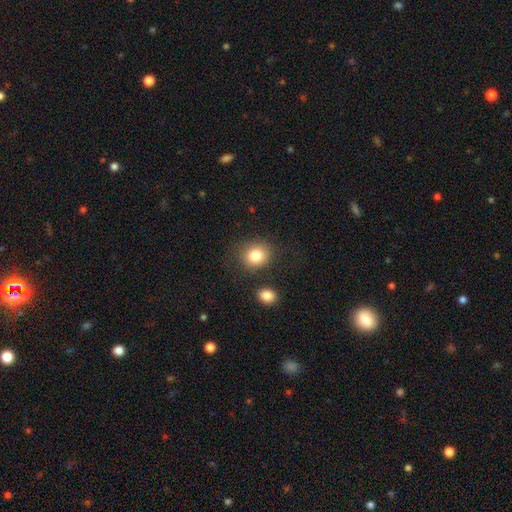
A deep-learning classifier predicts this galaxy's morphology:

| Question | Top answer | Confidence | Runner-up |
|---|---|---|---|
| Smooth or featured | smooth | 82% | star or artifact (10%) |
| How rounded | round | 72% | in between (27%) |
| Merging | none | 77% | minor disturbance (11%) |